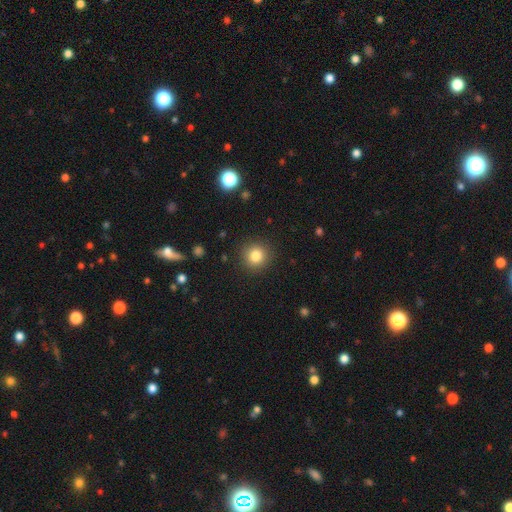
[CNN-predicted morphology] This appears to be a smooth galaxy with no disk features (83%) that is round (93%). Merging: none (90%).